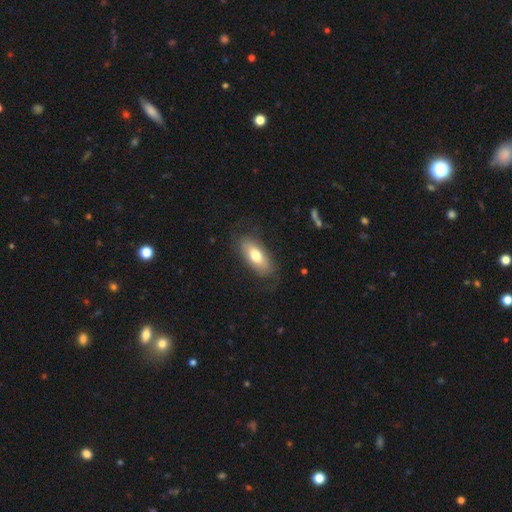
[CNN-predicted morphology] The model was most divided on "smooth or featured": smooth: 69%, featured or disk: 24%, star or artifact: 6%. More confident: how rounded — in between (84%); merging — none (77%).